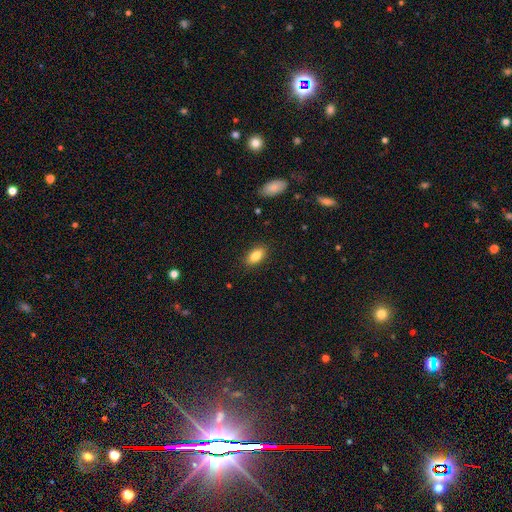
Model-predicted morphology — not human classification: A smooth galaxy with no disk features (83%) that is in between round and cigar-shaped (90%). Merging: none (88%).